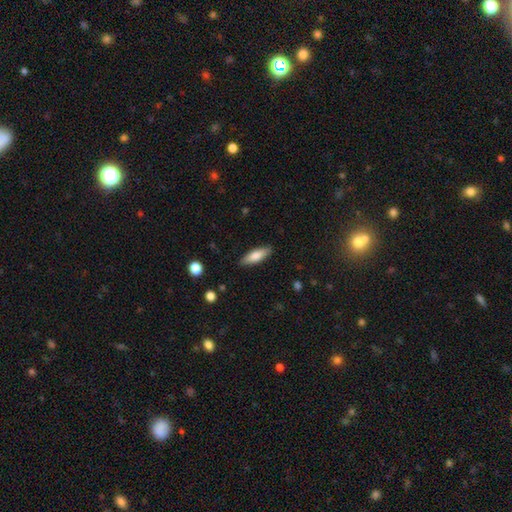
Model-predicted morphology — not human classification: A smooth galaxy with no disk features (78%) that is in between round and cigar-shaped (55%). Merging: none (87%).